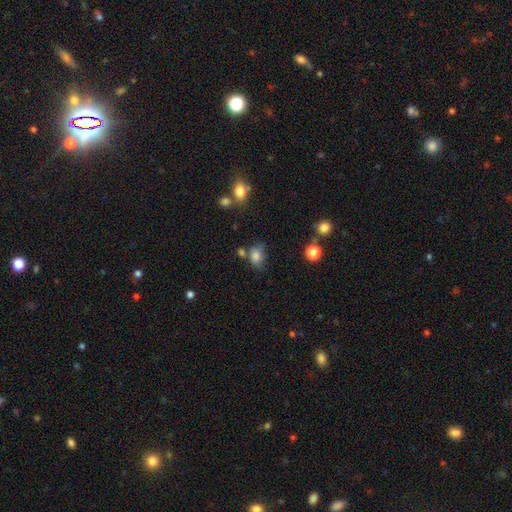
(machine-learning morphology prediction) Smooth or featured: smooth — 80% (star or artifact — 11%)
How rounded: in between — 65% (round — 34%)
Merging: none — 49% (minor disturbance — 27%)